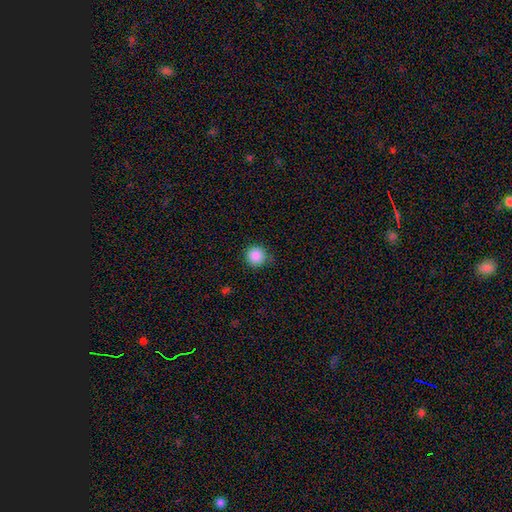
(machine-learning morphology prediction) smooth-or-featured: smooth: 88% | star or artifact: 10% | featured or disk: 3%
  how-rounded: round: 94% | in between: 5% | cigar-shaped: 1%
  merging: none: 83% | minor disturbance: 13% | major disturbance: 3% | merger: 1%